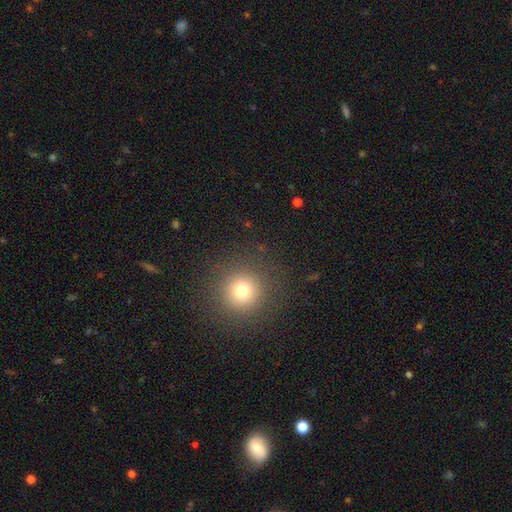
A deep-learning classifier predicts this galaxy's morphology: This is likely a smooth galaxy (68%). How rounded: clearly round (95%). Merging: clearly none (93%).